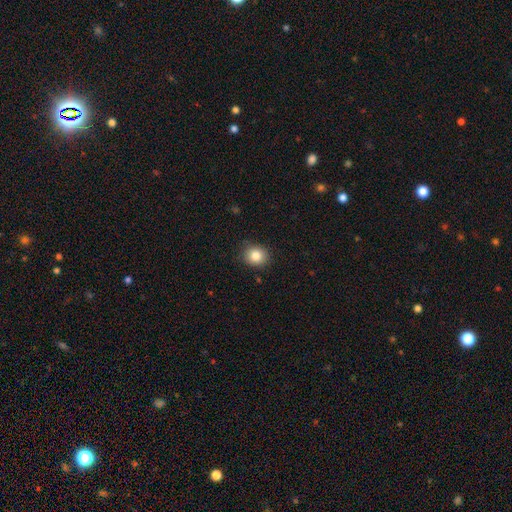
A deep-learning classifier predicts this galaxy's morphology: smooth 84%, star or artifact 10%, featured or disk 6%. Down the decision tree: how rounded — round (76%); merging — none (85%).